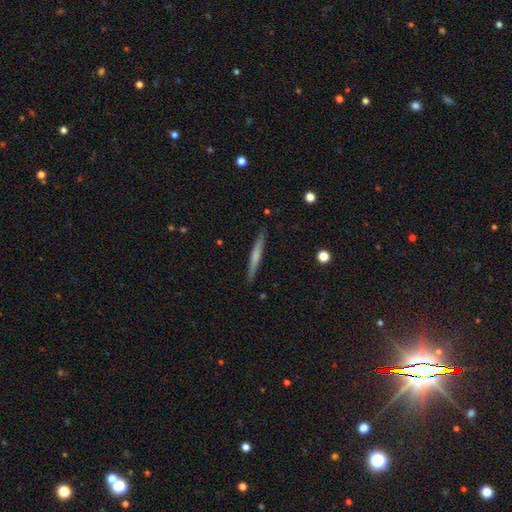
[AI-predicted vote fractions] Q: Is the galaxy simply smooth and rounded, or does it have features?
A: smooth — 52%.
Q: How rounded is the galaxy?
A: cigar-shaped — 96%.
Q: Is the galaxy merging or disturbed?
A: none — 90%.